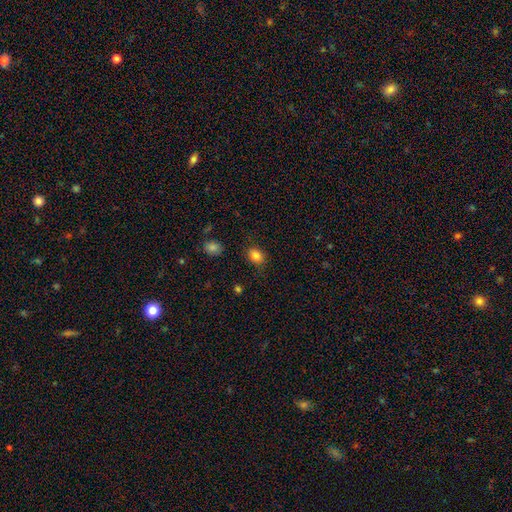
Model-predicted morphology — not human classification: The model was most divided on "how rounded": in between: 63%, round: 36%, cigar-shaped: 1%. More confident: smooth or featured — smooth (84%); merging — none (82%).